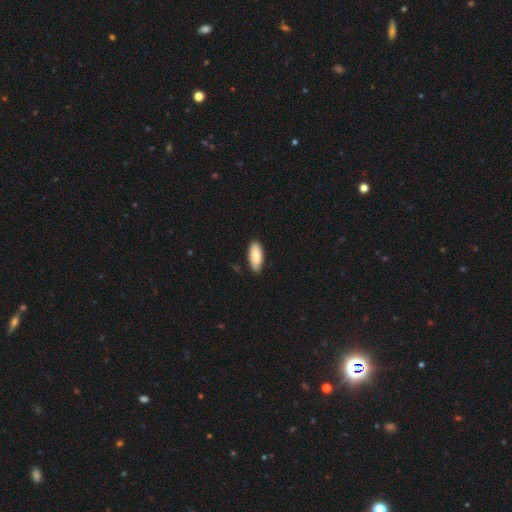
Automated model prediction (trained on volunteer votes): Smooth or featured: smooth — 84% (featured or disk — 10%)
How rounded: in between — 80% (cigar-shaped — 19%)
Merging: none — 86% (minor disturbance — 11%)